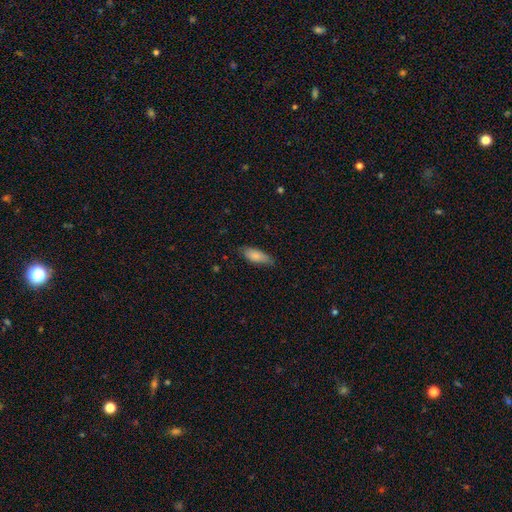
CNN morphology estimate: smooth 82%, featured or disk 12%, star or artifact 6%. Down the decision tree: how rounded — in between (75%); merging — none (73%).